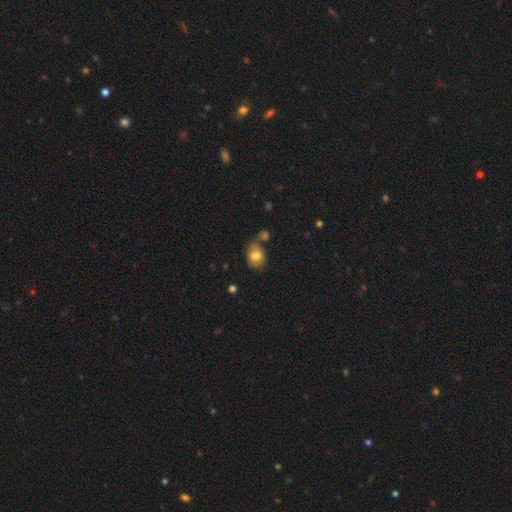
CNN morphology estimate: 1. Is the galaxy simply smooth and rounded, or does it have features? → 77% smooth, 15% featured or disk, 8% star or artifact.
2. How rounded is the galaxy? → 62% in between, 37% round, 1% cigar-shaped.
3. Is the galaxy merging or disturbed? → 63% none, 19% minor disturbance, 14% merger, 5% major disturbance.